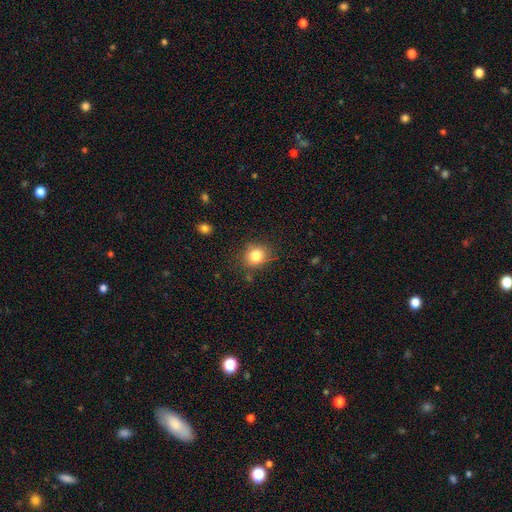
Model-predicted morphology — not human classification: Smooth or featured? Predicted: smooth (p=0.81). How rounded? Predicted: round (p=0.75). Merging? Predicted: none (p=0.78).